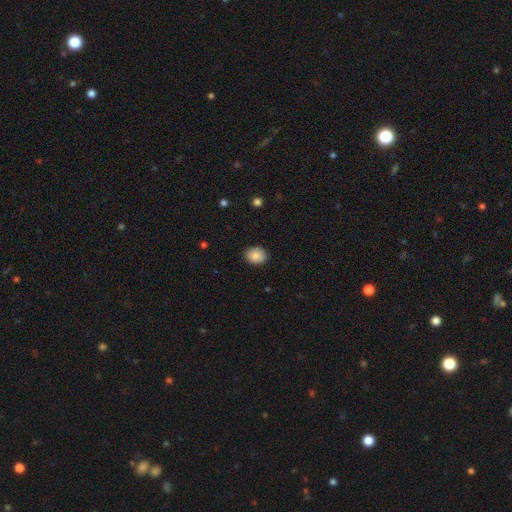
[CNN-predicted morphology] The model was most divided on "how rounded": in between: 55%, round: 44%, cigar-shaped: 1%. More confident: merging — none (88%); smooth or featured — smooth (86%).